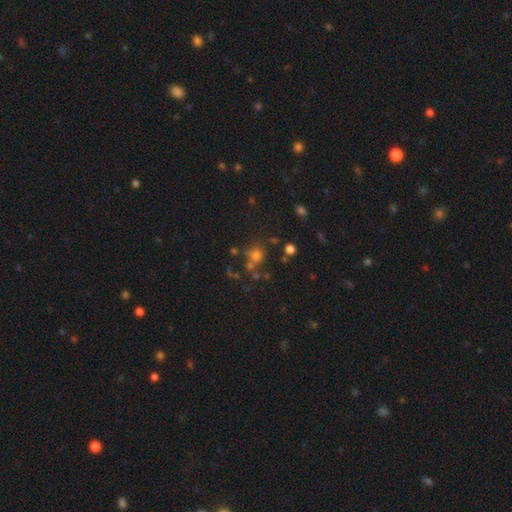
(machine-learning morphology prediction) type=smooth (64%); roundness=round (83%); merging=none (60%).